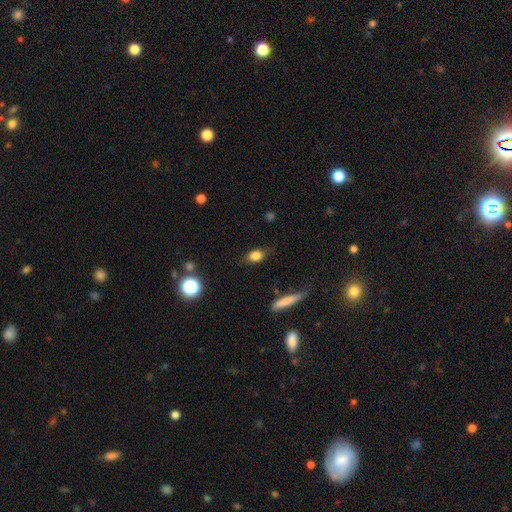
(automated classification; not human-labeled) This appears to be a smooth galaxy with no disk features (82%) that is in between round and cigar-shaped (73%). Merging: none (80%).